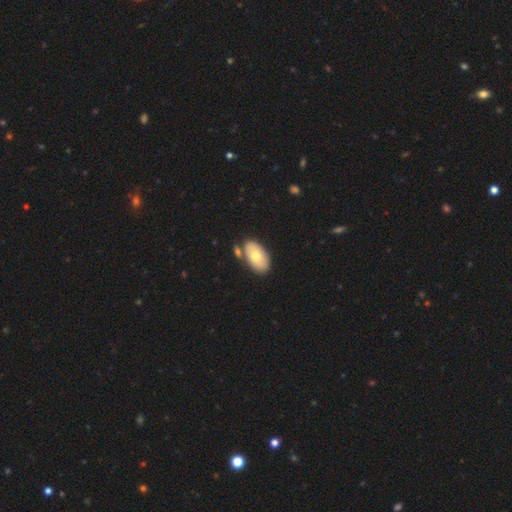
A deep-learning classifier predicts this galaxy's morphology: A smooth galaxy with no disk features (68%) that is in between round and cigar-shaped (94%). Merging: none (67%).